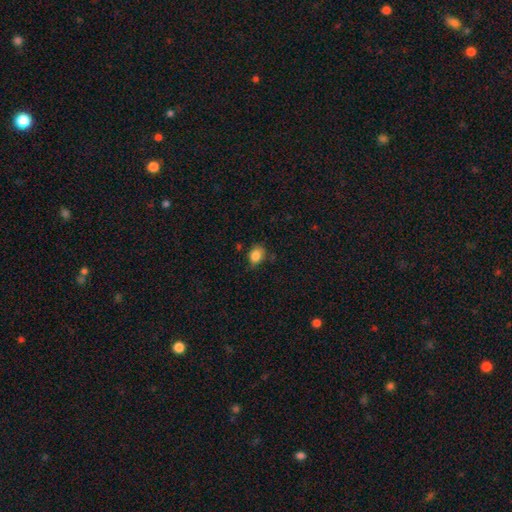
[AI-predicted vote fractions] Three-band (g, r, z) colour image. It shows a smooth galaxy with no disk features (84%) that is in between round and cigar-shaped (61%). Merging: none (66%).